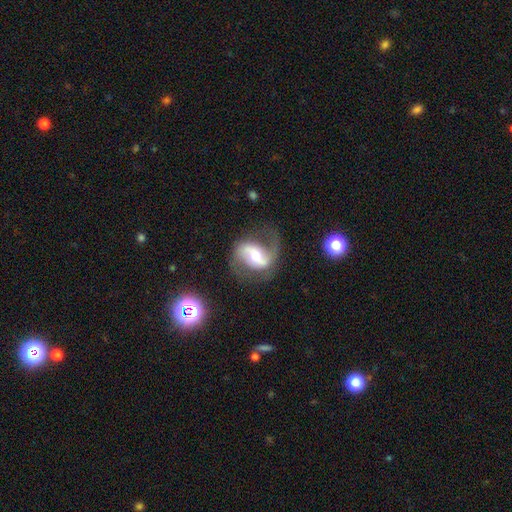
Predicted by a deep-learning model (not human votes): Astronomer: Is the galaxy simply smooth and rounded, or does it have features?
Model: featured or disk — 83%.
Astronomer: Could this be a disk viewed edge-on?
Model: no — 97%.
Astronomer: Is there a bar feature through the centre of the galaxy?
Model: weak — 37% (runner-up: strong, 34%).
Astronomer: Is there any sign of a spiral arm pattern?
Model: yes — 94%.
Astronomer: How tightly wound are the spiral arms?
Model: loose — 50% (runner-up: medium, 39%).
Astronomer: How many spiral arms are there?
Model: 2 — 85%.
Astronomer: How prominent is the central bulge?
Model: moderate — 61%.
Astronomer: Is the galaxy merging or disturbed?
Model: none — 64%.